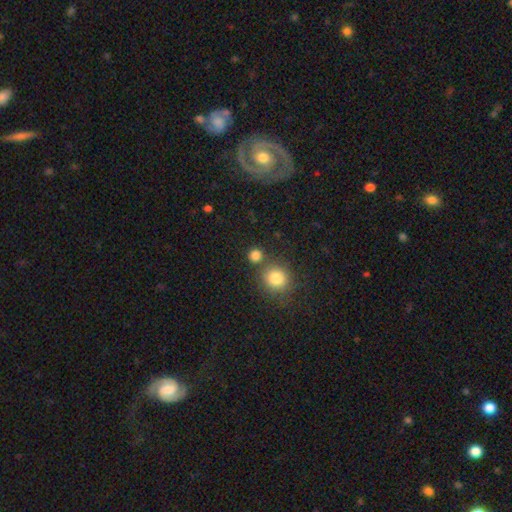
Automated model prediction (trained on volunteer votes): Overall: smooth (82%). How rounded: round (90%). Merging: none (75%).